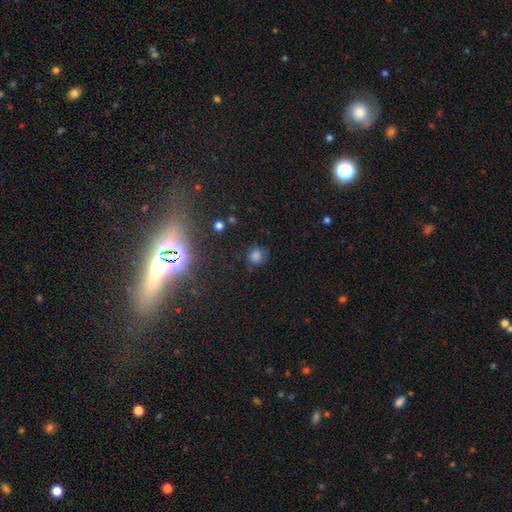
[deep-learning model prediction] Q: Smooth or featured?
A: smooth (72%); runner-up: star or artifact (18%)
Q: How rounded?
A: round (84%); runner-up: in between (15%)
Q: Merging?
A: none (67%); runner-up: minor disturbance (22%)